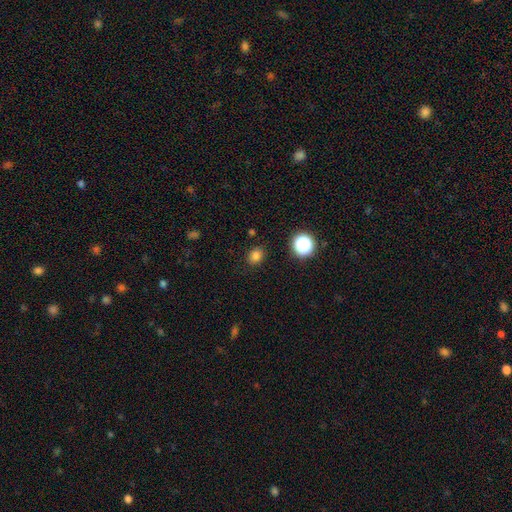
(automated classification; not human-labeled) Morphology: type=smooth (80%); roundness=round (60%); merging=none (87%).